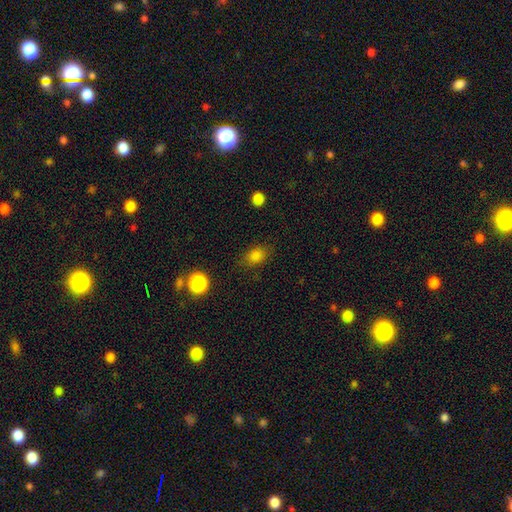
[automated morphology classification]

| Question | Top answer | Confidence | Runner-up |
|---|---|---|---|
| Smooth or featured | smooth | 82% | star or artifact (12%) |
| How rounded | in between | 70% | round (28%) |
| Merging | none | 80% | minor disturbance (15%) |